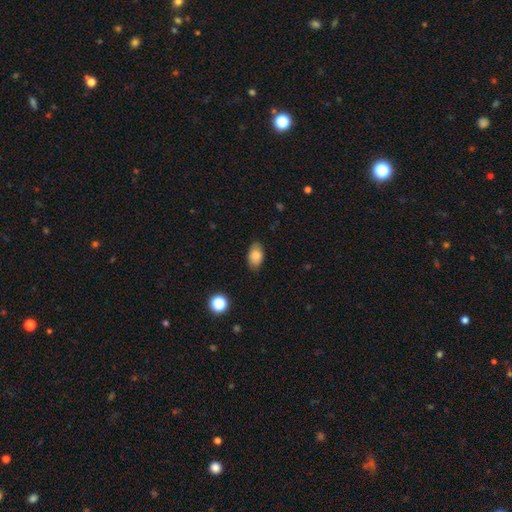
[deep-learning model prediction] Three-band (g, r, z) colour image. It shows a smooth galaxy with no disk features (81%) that is in between round and cigar-shaped (91%). Merging: none (83%).